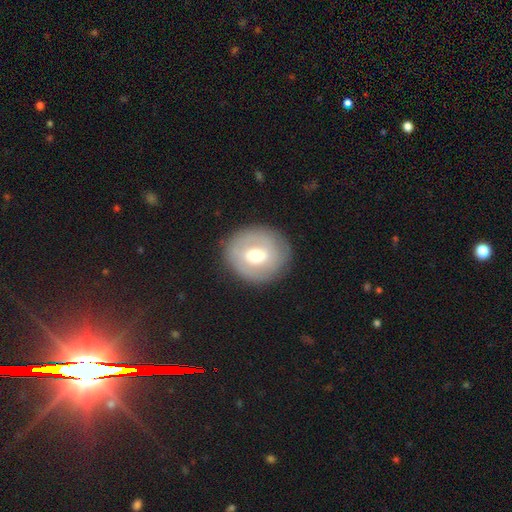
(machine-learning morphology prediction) type=smooth (48%); merging=none (83%).